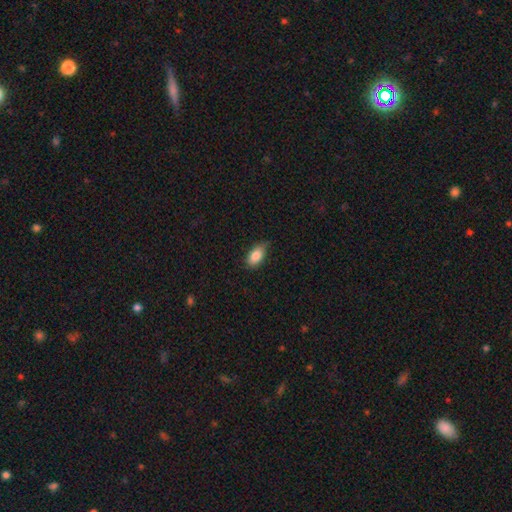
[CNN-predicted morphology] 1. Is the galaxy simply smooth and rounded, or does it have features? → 85% smooth, 7% featured or disk, 7% star or artifact.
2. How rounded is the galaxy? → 91% in between, 5% round, 4% cigar-shaped.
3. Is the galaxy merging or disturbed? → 69% none, 26% minor disturbance, 4% major disturbance, 1% merger.